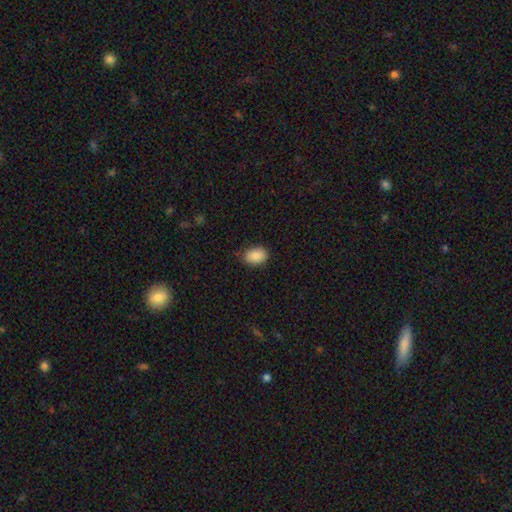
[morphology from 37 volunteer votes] smooth 86%, featured or disk 8%, star or artifact 5%. Down the decision tree: how rounded — in between (84%); merging — none (74%).